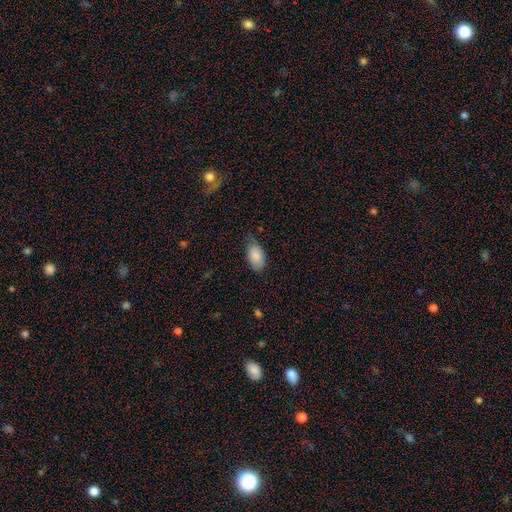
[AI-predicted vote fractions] A smooth galaxy with no disk features (83%) that is in between round and cigar-shaped (94%).

Vote fractions:
- Smooth or featured? smooth: 83% / featured or disk: 11% / star or artifact: 6%
- How rounded? in between: 94% / round: 3% / cigar-shaped: 3%
- Merging? none: 53% / minor disturbance: 38% / major disturbance: 8% / merger: 1%